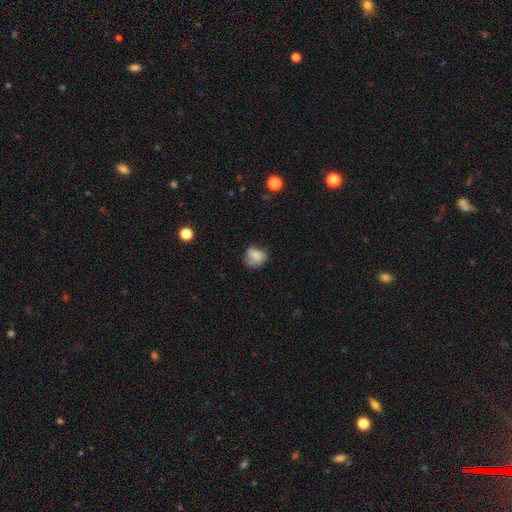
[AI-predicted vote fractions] Smooth or featured: smooth — 73% (featured or disk — 17%)
How rounded: round — 58% (in between — 41%)
Merging: none — 51% (minor disturbance — 31%)